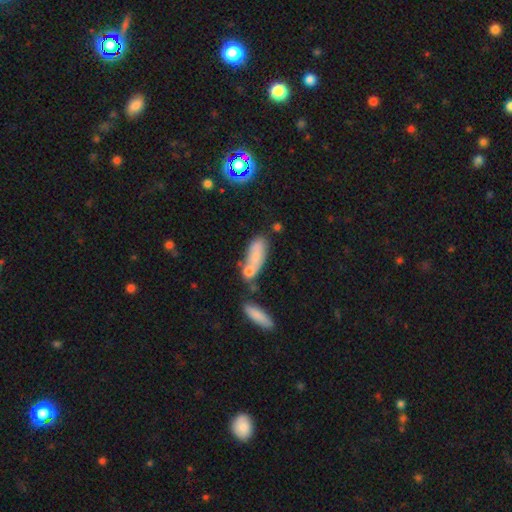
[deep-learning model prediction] Morphology: type=smooth (70%); roundness=in between (68%); merging=none (40%).